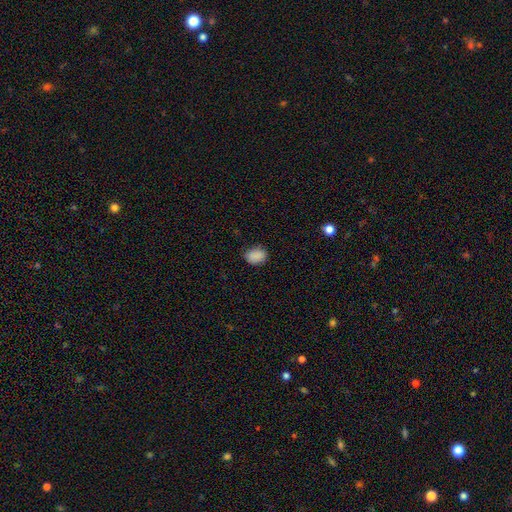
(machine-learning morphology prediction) Smooth or featured: smooth — 88% (star or artifact — 9%)
How rounded: in between — 68% (round — 31%)
Merging: none — 79% (minor disturbance — 17%)